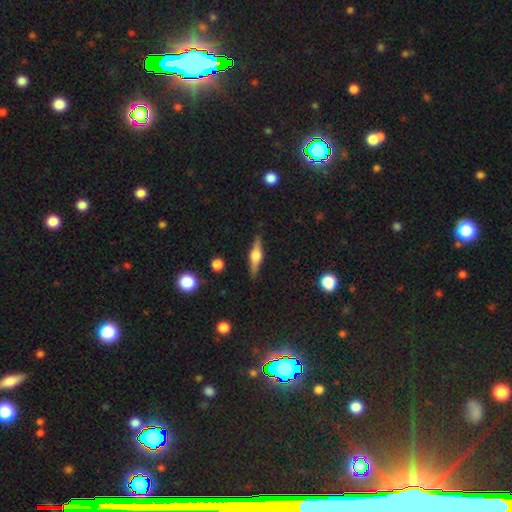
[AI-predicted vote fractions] This is likely a featured or disk galaxy (70%). It is clearly viewed edge-on (97%). Edge-on bulge: clearly rounded (92%). Merging: clearly none (88%).